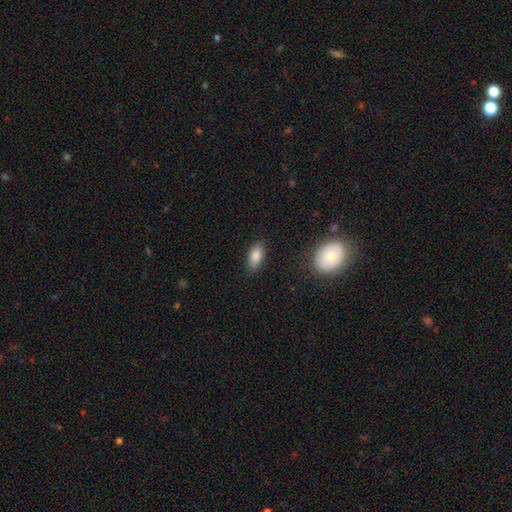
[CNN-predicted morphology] A smooth galaxy with no disk features (84%) that is in between round and cigar-shaped (87%). Merging: none (84%).